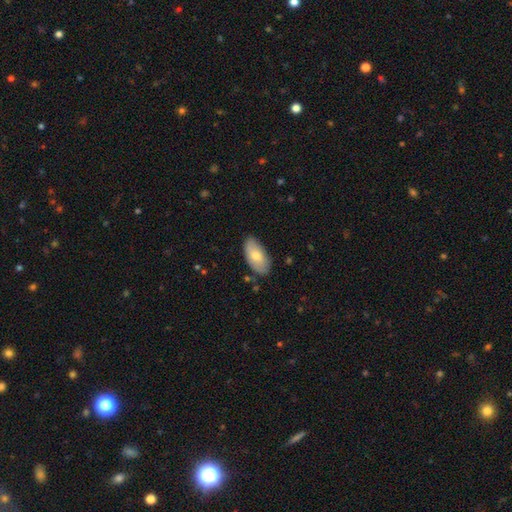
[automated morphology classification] smooth-or-featured: smooth: 70% | featured or disk: 24% | star or artifact: 6%
  how-rounded: in between: 94% | round: 3% | cigar-shaped: 3%
  merging: none: 81% | minor disturbance: 15% | major disturbance: 3% | merger: 2%